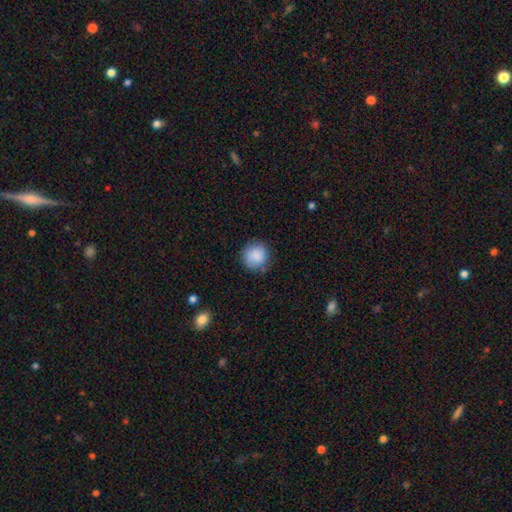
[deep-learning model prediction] The model was most divided on "merging": none: 83%, minor disturbance: 12%, major disturbance: 3%, merger: 1%. More confident: how rounded — round (91%); smooth or featured — smooth (88%).